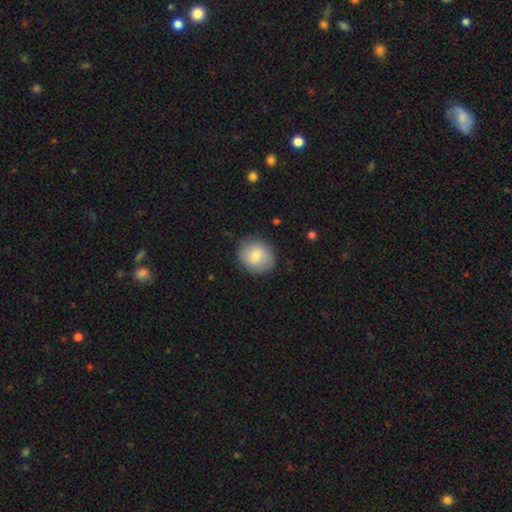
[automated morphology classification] smooth 74%, featured or disk 19%, star or artifact 7%. Down the decision tree: how rounded — round (74%); merging — none (85%).